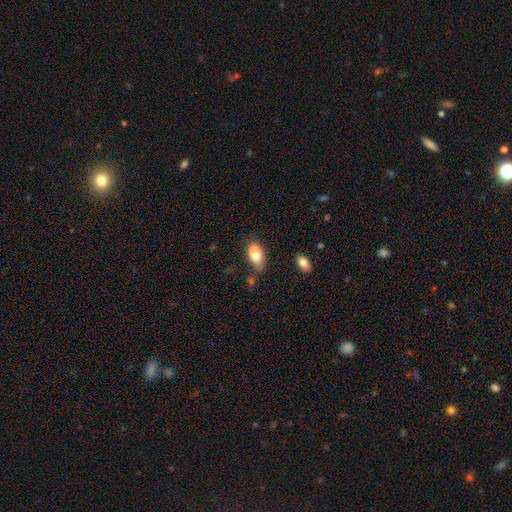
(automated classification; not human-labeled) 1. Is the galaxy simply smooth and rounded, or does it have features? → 73% smooth, 17% featured or disk, 9% star or artifact.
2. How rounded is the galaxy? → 84% in between, 11% round, 5% cigar-shaped.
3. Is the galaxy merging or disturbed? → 40% merger, 36% none, 17% minor disturbance, 7% major disturbance.